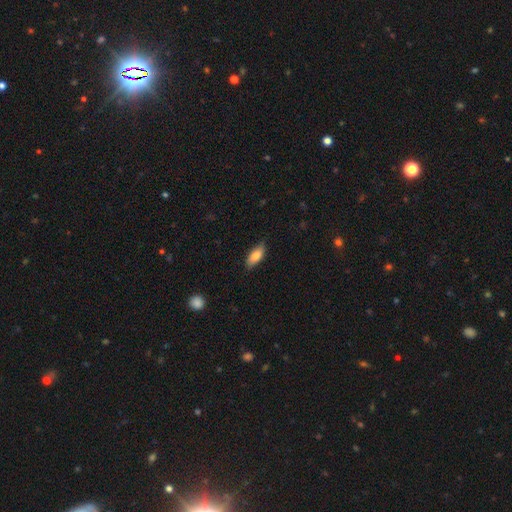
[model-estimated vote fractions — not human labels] The model was most divided on "how rounded": in between: 80%, cigar-shaped: 17%, round: 2%. More confident: smooth or featured — smooth (81%); merging — none (81%).